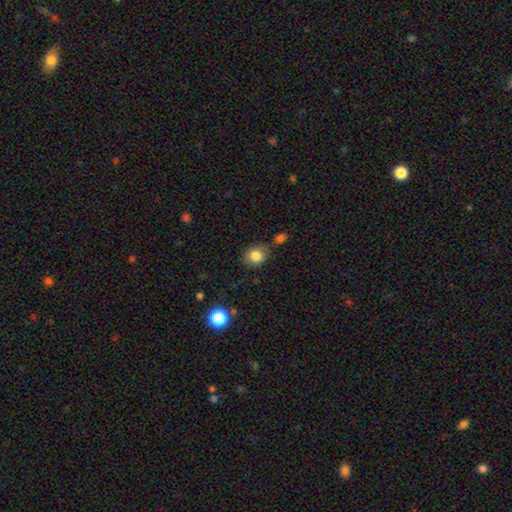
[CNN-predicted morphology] smooth 83%, star or artifact 9%, featured or disk 8%. Down the decision tree: how rounded — round (65%); merging — none (74%).